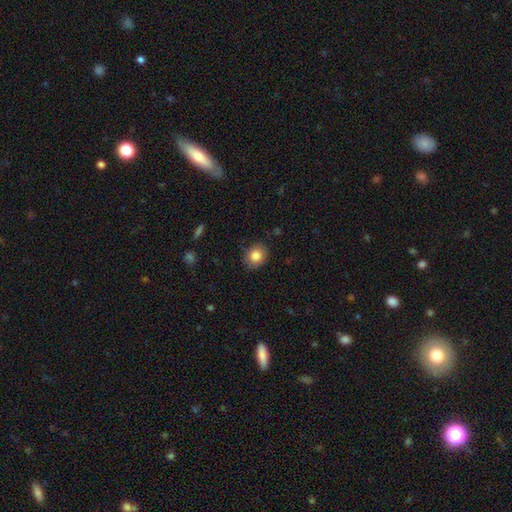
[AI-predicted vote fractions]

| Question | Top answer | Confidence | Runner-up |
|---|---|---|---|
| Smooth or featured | smooth | 84% | star or artifact (9%) |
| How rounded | round | 60% | in between (39%) |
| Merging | none | 86% | minor disturbance (11%) |